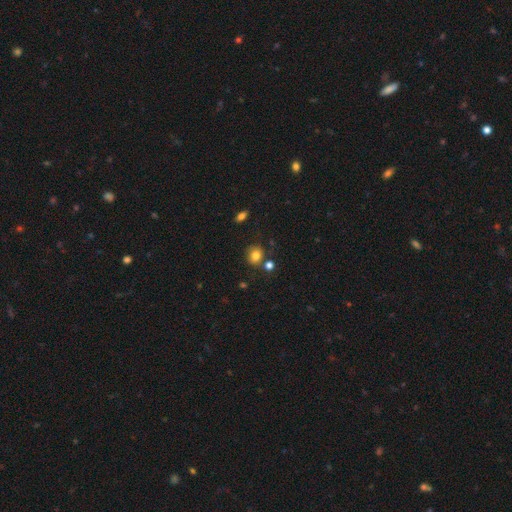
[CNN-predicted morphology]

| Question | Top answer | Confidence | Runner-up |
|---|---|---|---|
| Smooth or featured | smooth | 80% | star or artifact (12%) |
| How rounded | round | 76% | in between (23%) |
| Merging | none | 77% | minor disturbance (12%) |